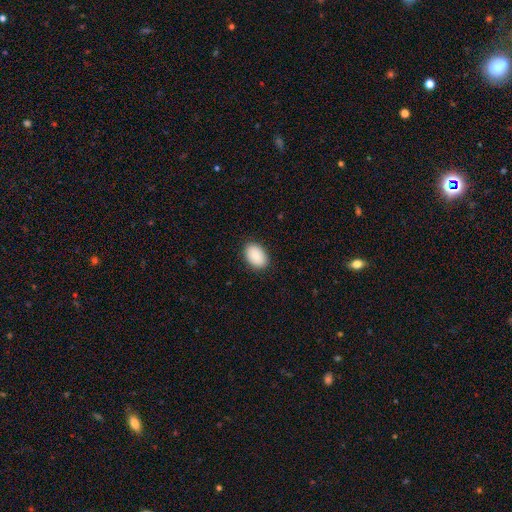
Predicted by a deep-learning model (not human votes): Smooth or featured? smooth (89%)
How rounded? in between (88%)
Merging? none (88%)